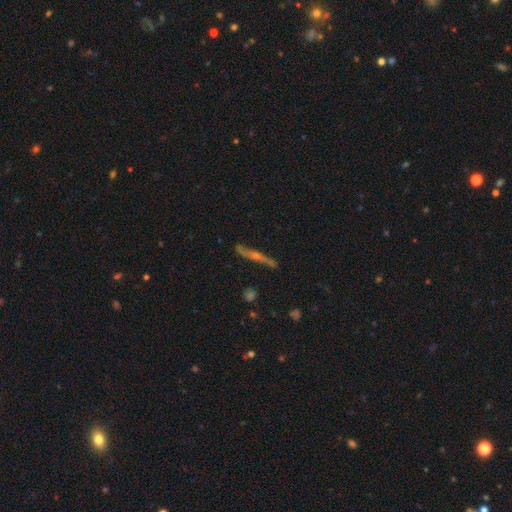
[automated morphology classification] Overall: featured or disk (76%). Edge-on disk: yes (86%). Edge-on bulge: rounded (80%). Merging: none (79%).